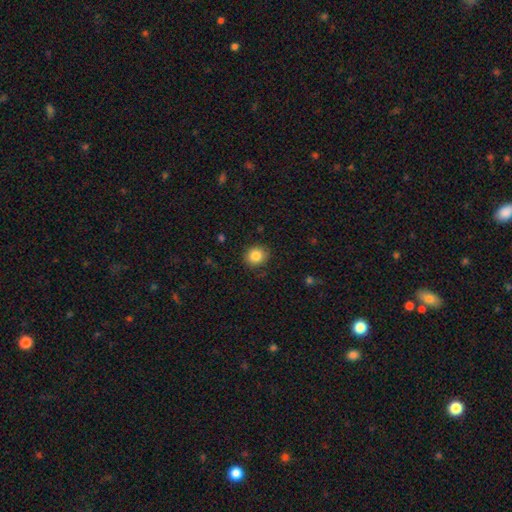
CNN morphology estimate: This appears to be a smooth galaxy with no disk features (85%) that is round (79%). Merging: none (88%).